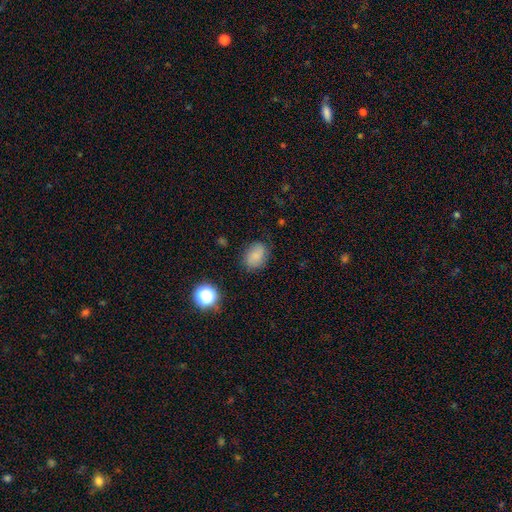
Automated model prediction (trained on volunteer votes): Smooth or featured? smooth (80%)
How rounded? in between (61%)
Merging? none (78%)